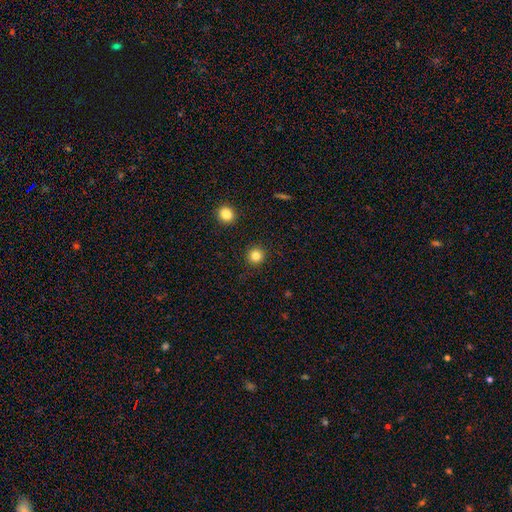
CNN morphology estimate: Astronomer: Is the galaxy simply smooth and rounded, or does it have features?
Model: smooth — 83%.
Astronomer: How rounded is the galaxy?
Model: round — 94%.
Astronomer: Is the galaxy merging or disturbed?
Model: none — 92%.